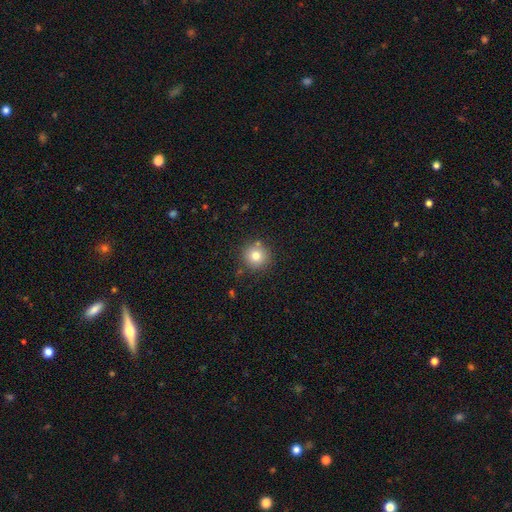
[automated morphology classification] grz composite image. It shows a smooth galaxy with no disk features (79%) that is round (94%). Merging: none (85%).